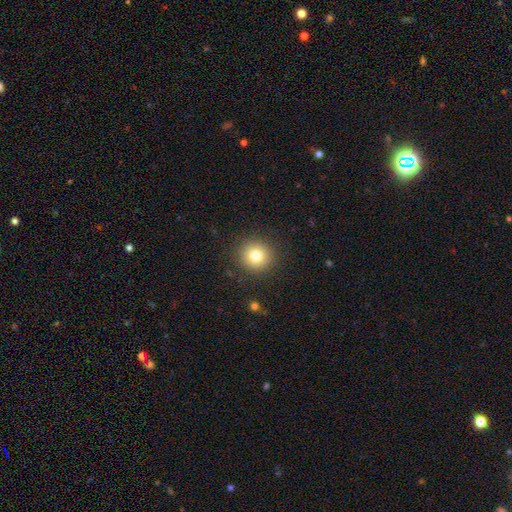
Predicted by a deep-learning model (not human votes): Smooth or featured? Predicted: smooth (p=0.79). How rounded? Predicted: round (p=0.92). Merging? Predicted: none (p=0.90).